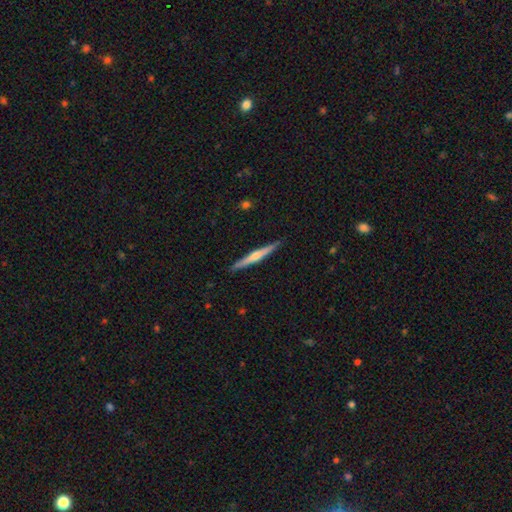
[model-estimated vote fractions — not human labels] This appears to be a featured or disk galaxy (67%) viewed edge-on (98%) with a rounded central bulge (80%). Merging: none (92%).